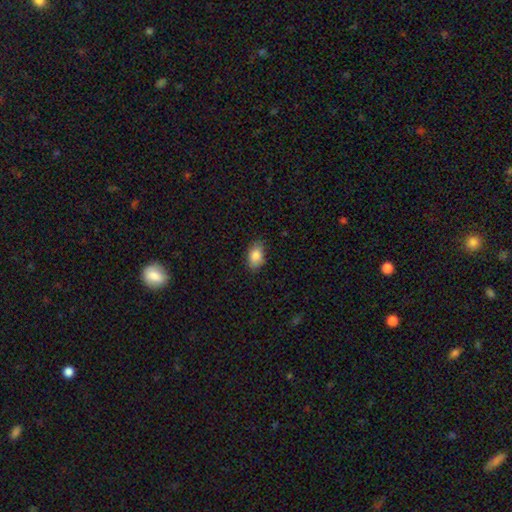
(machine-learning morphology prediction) type=smooth (85%); roundness=in between (89%); merging=none (83%).